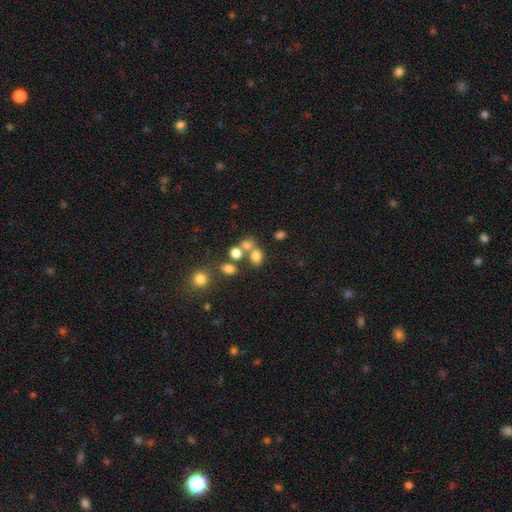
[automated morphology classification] Overall: smooth (72%). How rounded: in between (50%; round 49%). Merging: none (47%; merger 36%).